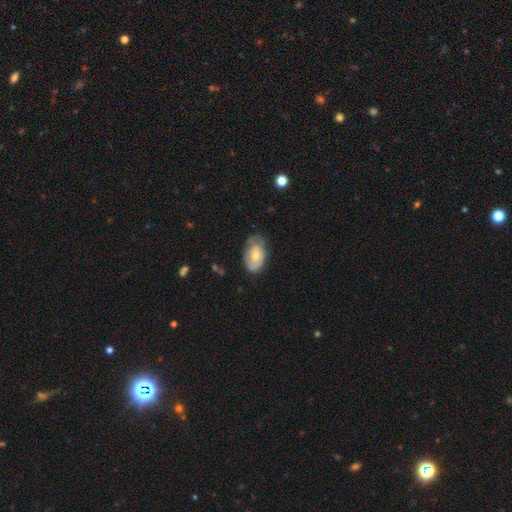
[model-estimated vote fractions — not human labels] A smooth galaxy with no disk features (50%) that is in between round and cigar-shaped (89%). Merging: none (54%).